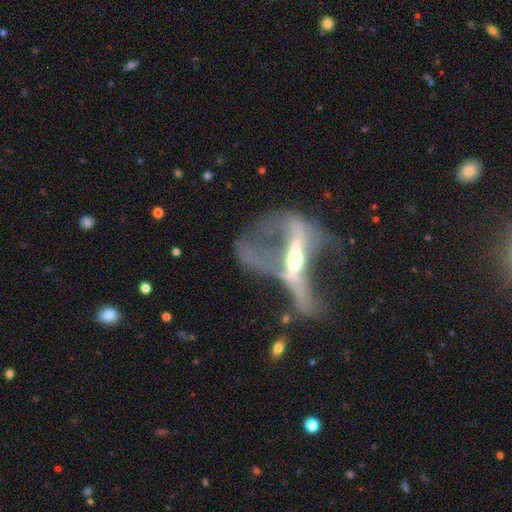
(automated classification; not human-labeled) smooth_or_featured: featured or disk (p=0.73) [alt: smooth p=0.16]
disk_edge_on: no (p=0.57) [alt: yes p=0.43]
merging: major disturbance (p=0.51) [alt: merger p=0.20]